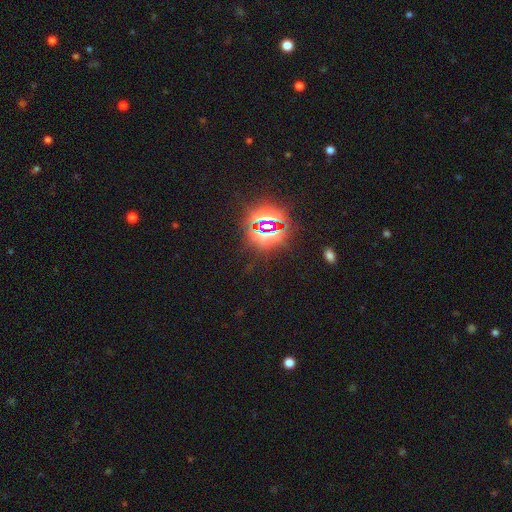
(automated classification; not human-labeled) The model was most divided on "smooth or featured": star or artifact: 83%, smooth: 11%, featured or disk: 6%.